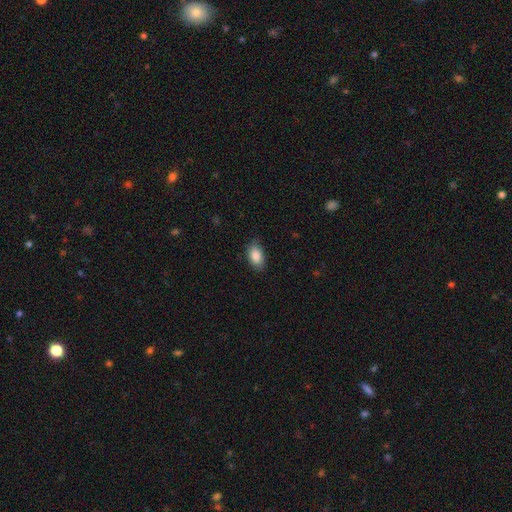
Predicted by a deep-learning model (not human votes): This appears to be a smooth galaxy with no disk features (88%) that is in between round and cigar-shaped (91%). Merging: none (80%).